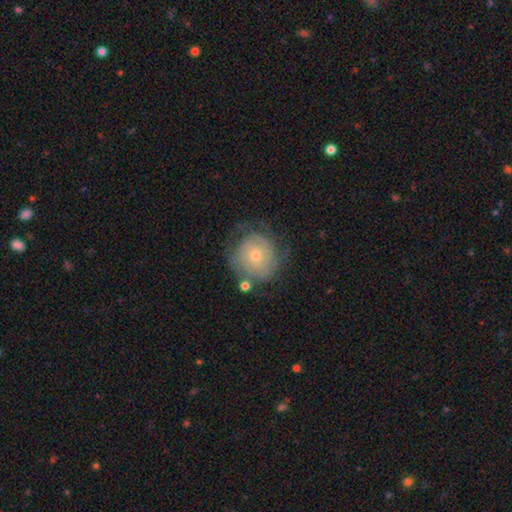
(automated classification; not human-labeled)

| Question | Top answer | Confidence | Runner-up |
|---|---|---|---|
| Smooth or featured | featured or disk | 66% | smooth (26%) |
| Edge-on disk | no | 97% | yes (3%) |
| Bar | no | 84% | weak (14%) |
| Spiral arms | yes | 79% | no (21%) |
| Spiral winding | tight | 74% | medium (18%) |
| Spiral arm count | can't tell | 49% | 2 (26%) |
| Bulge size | small | 57% | moderate (39%) |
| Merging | none | 66% | minor disturbance (20%) |